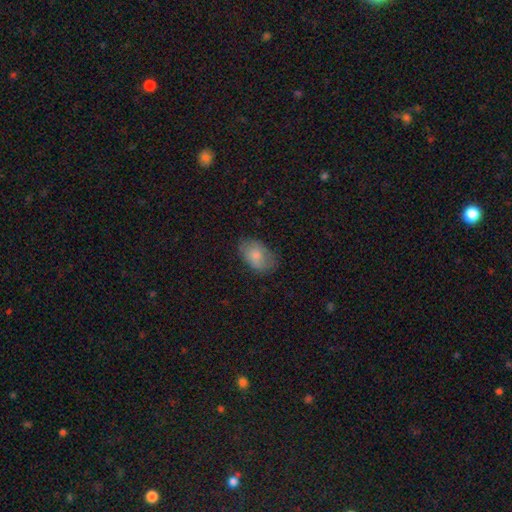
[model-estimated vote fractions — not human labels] smooth-or-featured: smooth: 78% | featured or disk: 15% | star or artifact: 7%
  how-rounded: in between: 88% | round: 11% | cigar-shaped: 1%
  merging: none: 65% | minor disturbance: 25% | major disturbance: 8% | merger: 1%